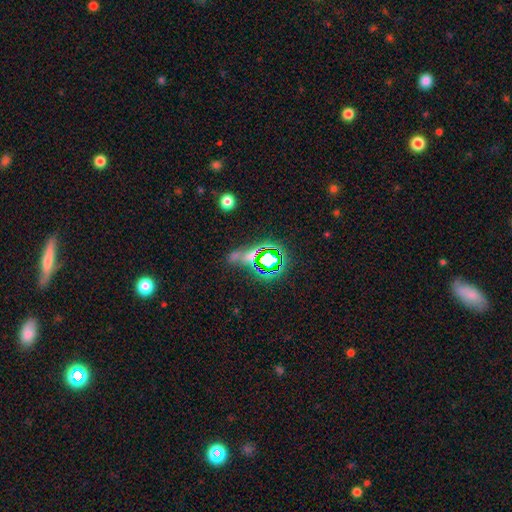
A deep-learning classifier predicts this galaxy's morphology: This appears to be a star or artifact, not a galaxy (57%).